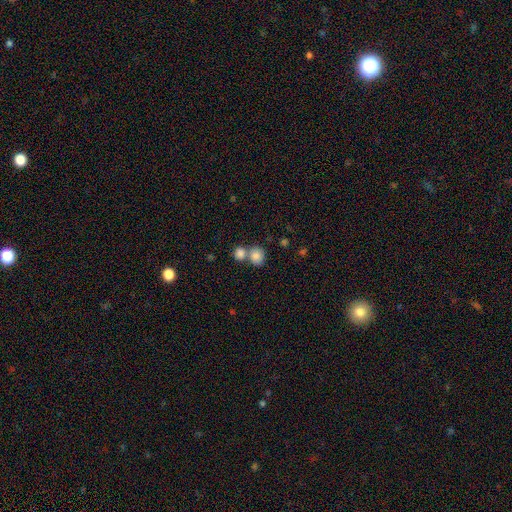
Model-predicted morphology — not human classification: smooth 84%, star or artifact 9%, featured or disk 8%. Down the decision tree: how rounded — round (76%); merging — merger (50%).